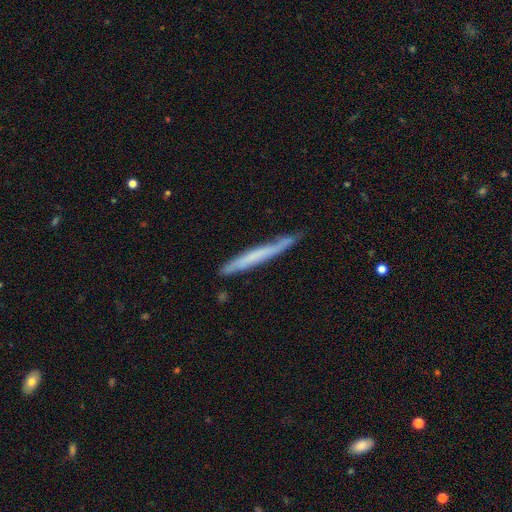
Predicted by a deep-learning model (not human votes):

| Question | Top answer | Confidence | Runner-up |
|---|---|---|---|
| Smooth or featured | smooth | 49% | featured or disk (45%) |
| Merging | none | 78% | minor disturbance (18%) |